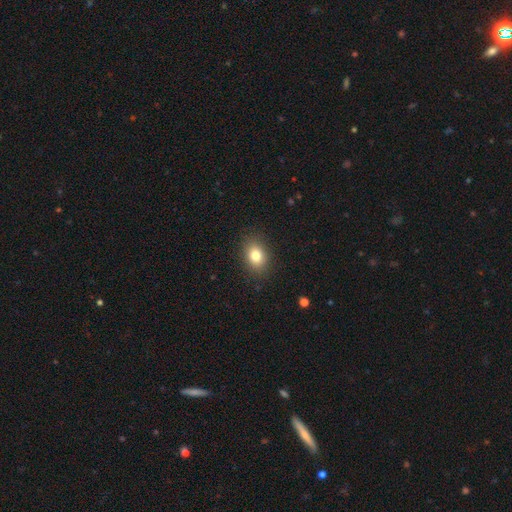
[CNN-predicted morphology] The model was most divided on "how rounded": in between: 67%, round: 32%, cigar-shaped: 1%. More confident: merging — none (88%); smooth or featured — smooth (81%).